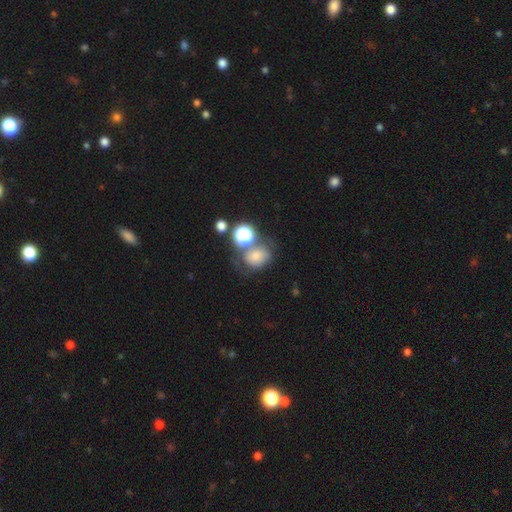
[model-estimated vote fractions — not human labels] This appears to be a smooth galaxy with no disk features (65%) that is round (54%). Merging: none (44%).